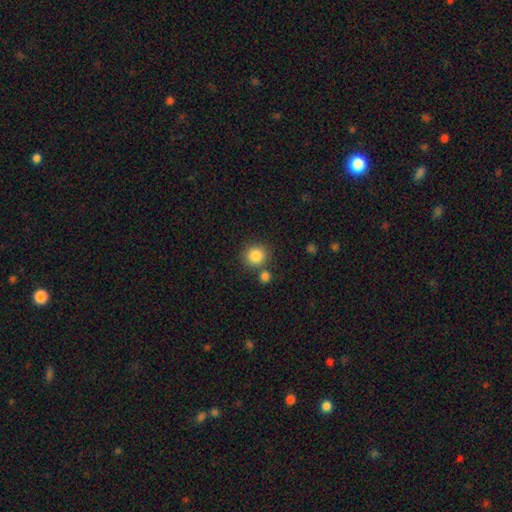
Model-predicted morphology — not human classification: A smooth galaxy with no disk features (85%) that is round (90%). Merging: none (75%).